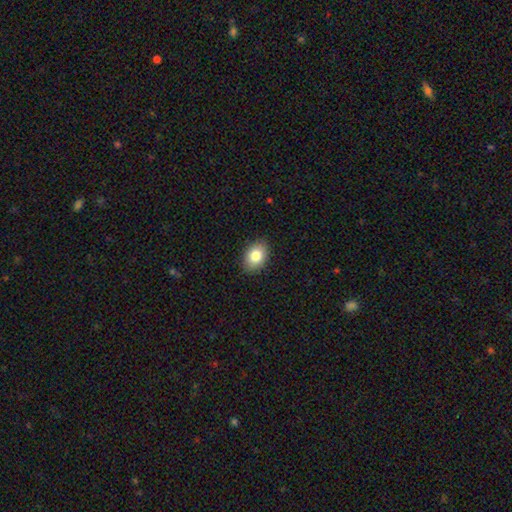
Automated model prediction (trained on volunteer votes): Overall: smooth (83%). How rounded: in between (81%). Merging: none (88%).